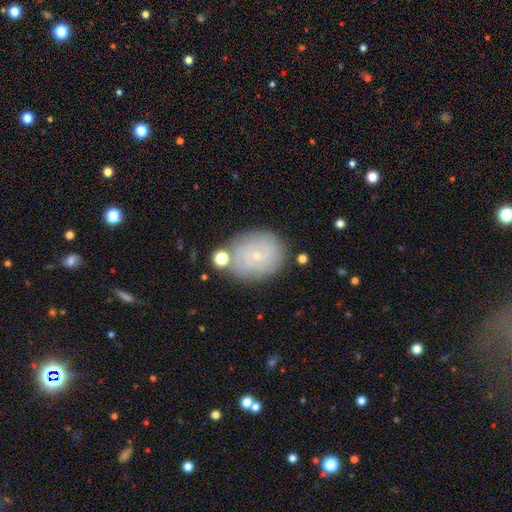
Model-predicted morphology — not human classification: Q: Smooth or featured?
A: featured or disk (50%); runner-up: smooth (39%)
Q: Edge-on disk?
A: no (96%); runner-up: yes (4%)
Q: Merging?
A: none (75%); runner-up: minor disturbance (15%)